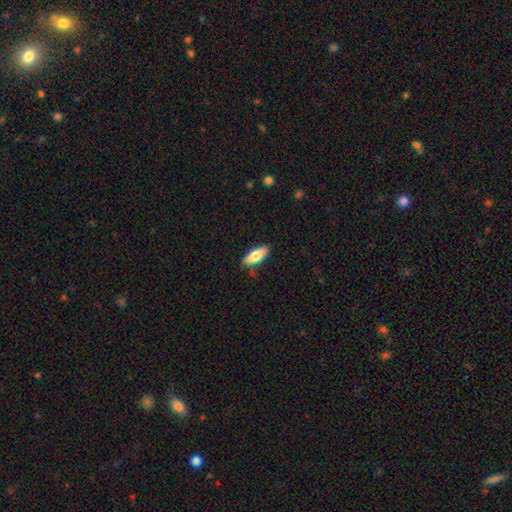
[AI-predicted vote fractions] A smooth galaxy with no disk features (77%) that is in between round and cigar-shaped (74%). Merging: none (83%).